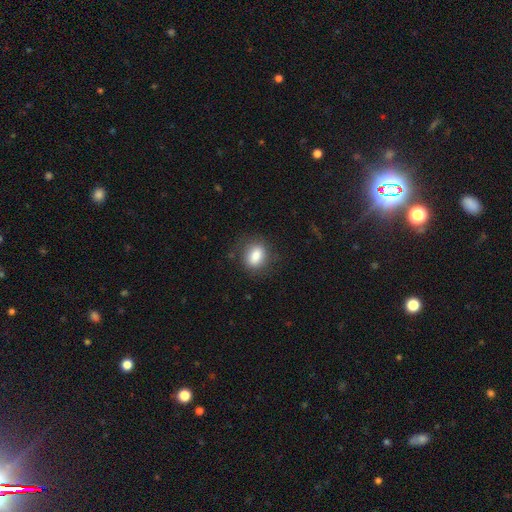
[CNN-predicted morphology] smooth_or_featured: smooth (p=0.84) [alt: star or artifact p=0.09]
how_rounded: in between (p=0.65) [alt: round p=0.33]
merging: none (p=0.80) [alt: minor disturbance p=0.14]